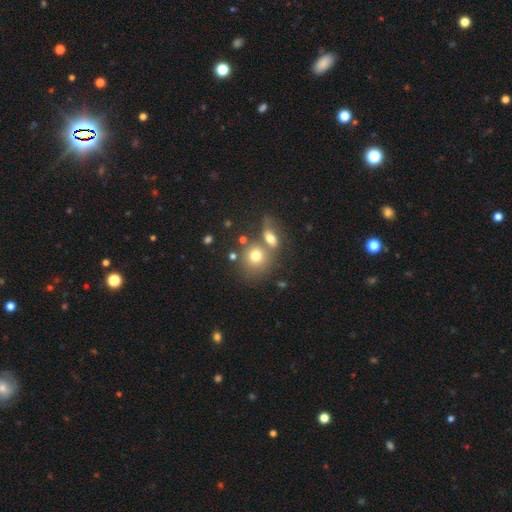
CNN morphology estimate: This is likely a smooth galaxy (73%). How rounded: likely round (75%). Merging: marginally merger (44%).